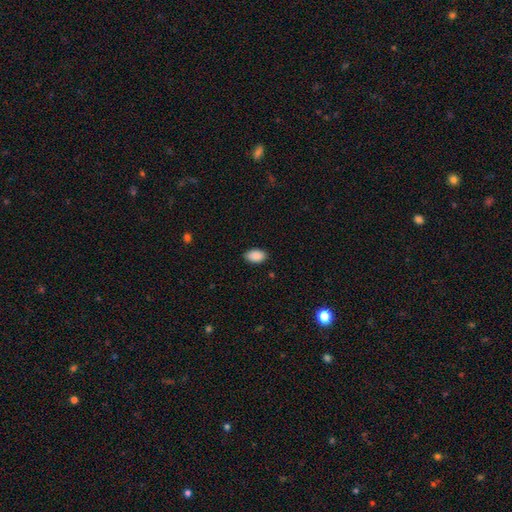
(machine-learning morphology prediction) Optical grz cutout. It shows a smooth galaxy with no disk features (90%) that is in between round and cigar-shaped (92%). Merging: none (87%).